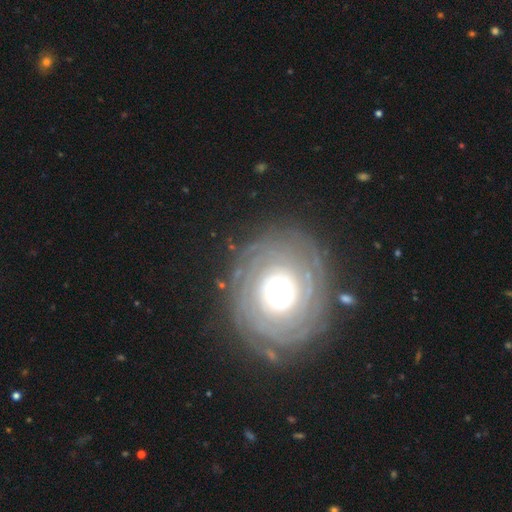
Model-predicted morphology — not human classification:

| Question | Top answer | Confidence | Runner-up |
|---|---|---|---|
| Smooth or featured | featured or disk | 67% | smooth (23%) |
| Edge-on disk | no | 96% | yes (4%) |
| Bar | no | 79% | weak (15%) |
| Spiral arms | yes | 76% | no (24%) |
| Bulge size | moderate | 57% | large (32%) |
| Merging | none | 83% | minor disturbance (10%) |